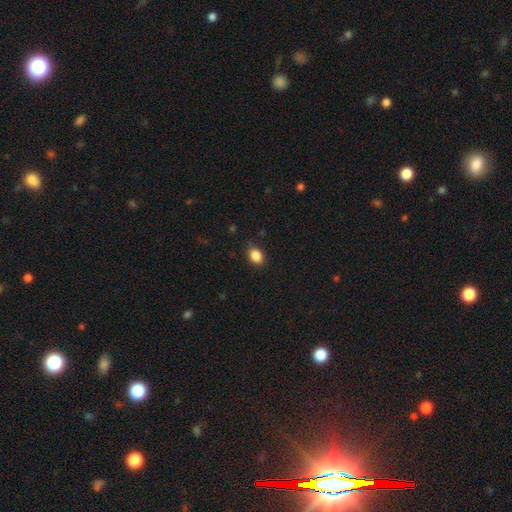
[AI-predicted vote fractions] Smooth or featured? smooth (87%)
How rounded? in between (67%)
Merging? none (83%)